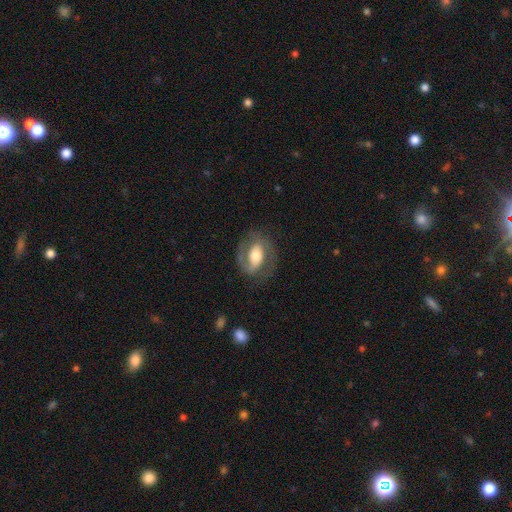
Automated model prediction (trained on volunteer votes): Smooth or featured: featured or disk — 68% (smooth — 26%)
Edge-on disk: no — 94% (yes — 6%)
Bar: strong — 40% (weak — 33%)
Spiral arms: yes — 76% (no — 24%)
Bulge size: moderate — 58% (large — 27%)
Merging: none — 73% (minor disturbance — 16%)